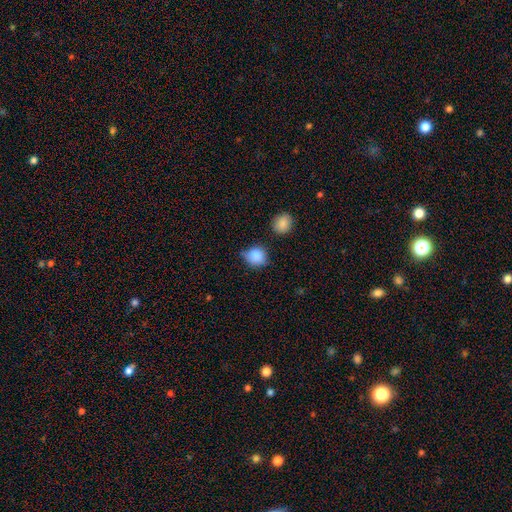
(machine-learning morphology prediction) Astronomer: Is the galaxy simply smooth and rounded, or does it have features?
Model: smooth — 85%.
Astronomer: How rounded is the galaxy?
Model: round — 77%.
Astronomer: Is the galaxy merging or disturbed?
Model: none — 59%.